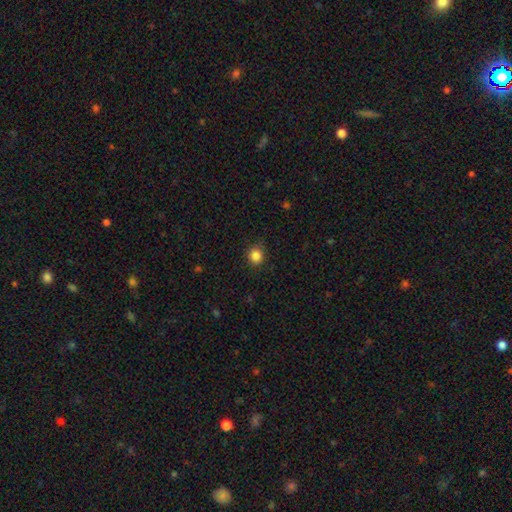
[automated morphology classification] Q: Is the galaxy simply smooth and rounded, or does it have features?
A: smooth — 85%.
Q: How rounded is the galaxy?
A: round — 87%.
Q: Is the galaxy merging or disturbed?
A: none — 84%.